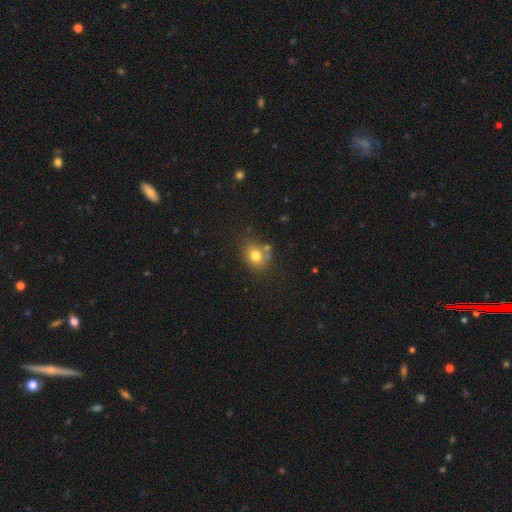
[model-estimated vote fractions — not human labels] A smooth galaxy with no disk features (77%) that is round (56%). Merging: none (68%).